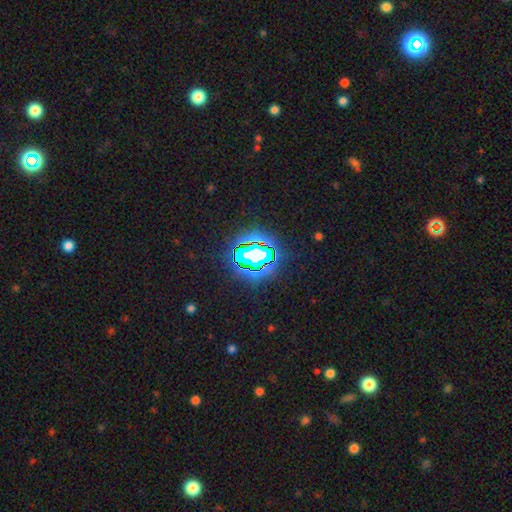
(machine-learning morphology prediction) Smooth or featured: star or artifact — 69% (smooth — 18%)